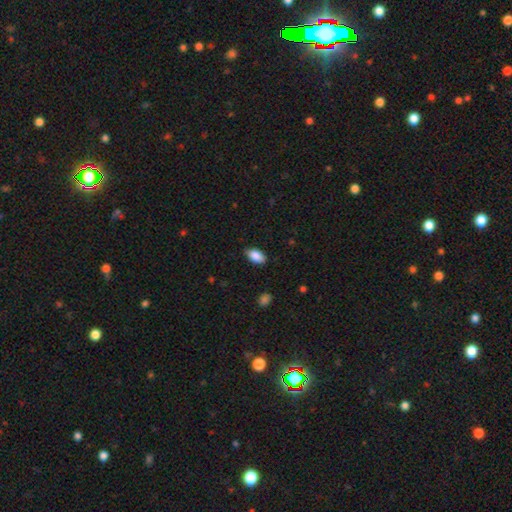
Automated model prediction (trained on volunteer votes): smooth-or-featured: smooth: 87% | star or artifact: 7% | featured or disk: 6%
  how-rounded: in between: 93% | round: 5% | cigar-shaped: 3%
  merging: none: 83% | minor disturbance: 14% | major disturbance: 3% | merger: 1%